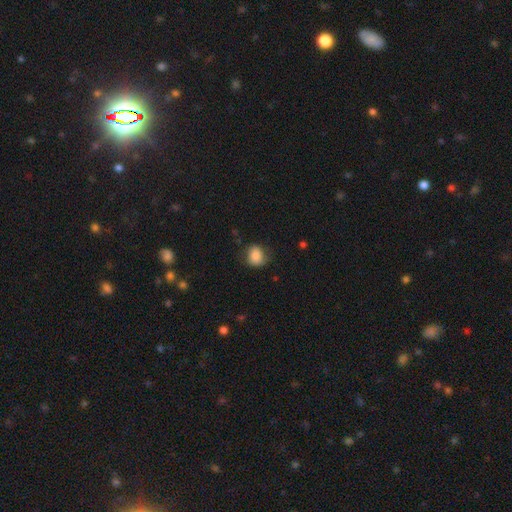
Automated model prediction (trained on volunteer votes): Morphology: type=smooth (83%); roundness=round (56%); merging=none (65%).